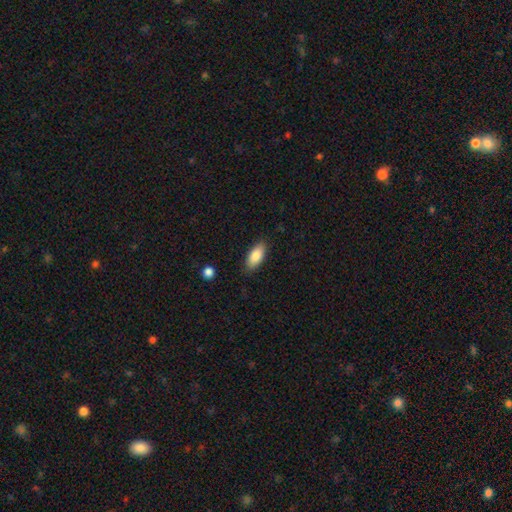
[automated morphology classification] type=smooth (85%); roundness=in between (86%); merging=none (86%).